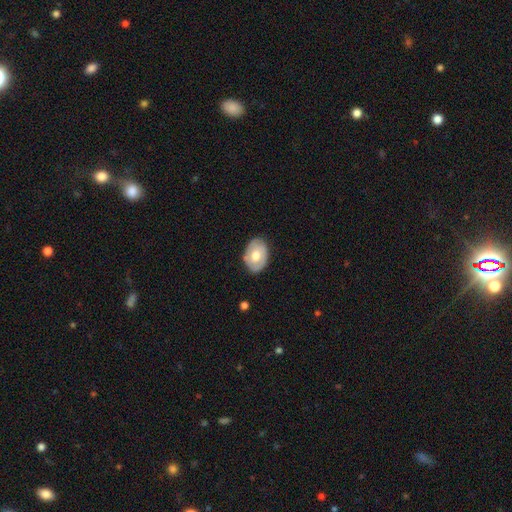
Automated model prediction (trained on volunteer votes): Smooth or featured?
  - smooth: 56% *
  - featured or disk: 37%
  - star or artifact: 6%
How rounded?
  - in between: 80% *
  - round: 19%
  - cigar-shaped: 1%
Merging?
  - none: 79% *
  - minor disturbance: 16%
  - major disturbance: 3%
  - merger: 1%